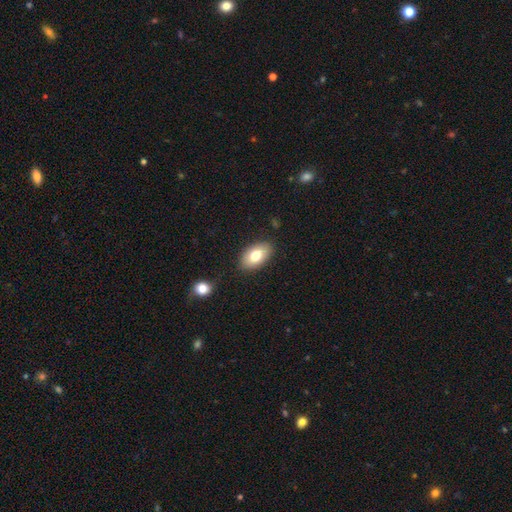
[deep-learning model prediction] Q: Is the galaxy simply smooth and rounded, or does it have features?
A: smooth — 77%.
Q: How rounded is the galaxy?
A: in between — 92%.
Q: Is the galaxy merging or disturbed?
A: none — 85%.